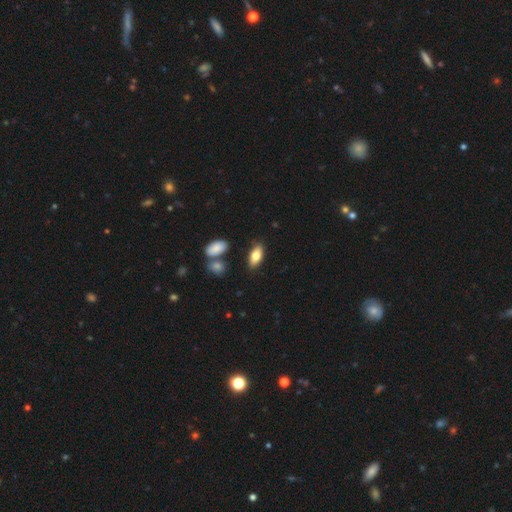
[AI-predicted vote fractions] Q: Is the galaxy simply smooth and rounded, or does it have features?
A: smooth — 77%.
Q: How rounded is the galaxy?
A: in between — 85%.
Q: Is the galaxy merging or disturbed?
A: none — 82%.